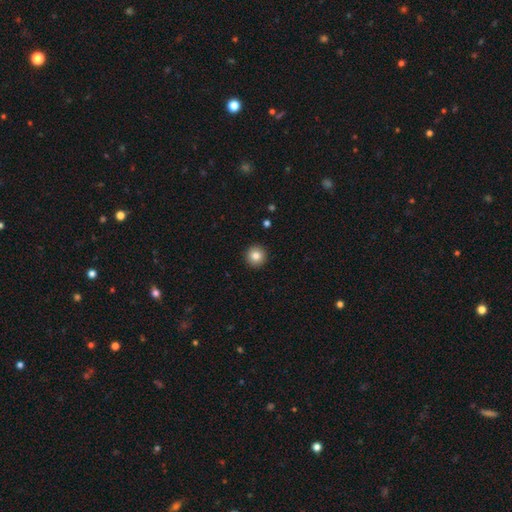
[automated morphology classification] The model was most divided on "smooth or featured": smooth: 84%, star or artifact: 10%, featured or disk: 6%. More confident: how rounded — round (96%); merging — none (93%).